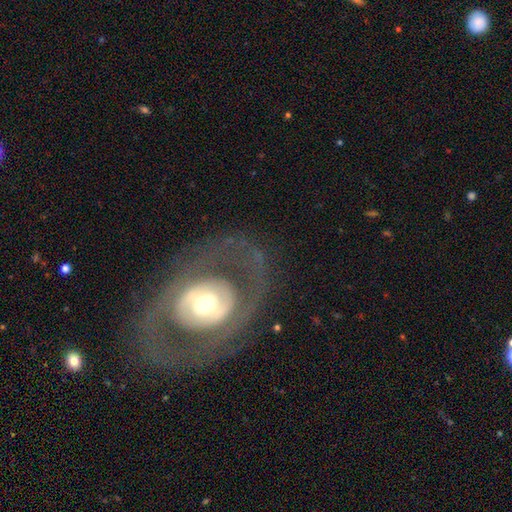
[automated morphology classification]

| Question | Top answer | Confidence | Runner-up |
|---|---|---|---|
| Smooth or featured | featured or disk | 76% | smooth (18%) |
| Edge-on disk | no | 94% | yes (6%) |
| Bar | no | 58% | weak (26%) |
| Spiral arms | yes | 53% | no (47%) |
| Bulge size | moderate | 56% | large (28%) |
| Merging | none | 78% | minor disturbance (11%) |